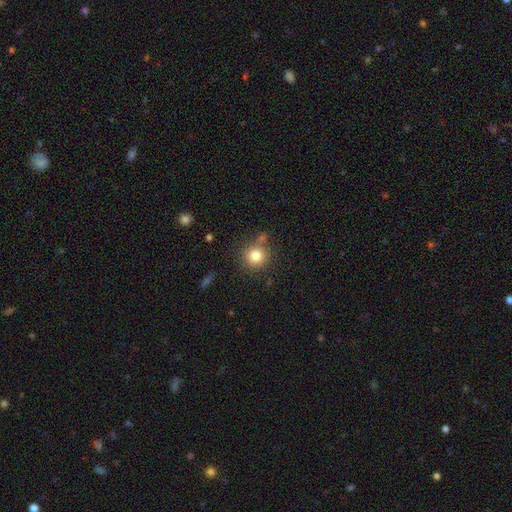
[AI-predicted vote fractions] A smooth galaxy with no disk features (81%) that is round (92%). Merging: none (75%).